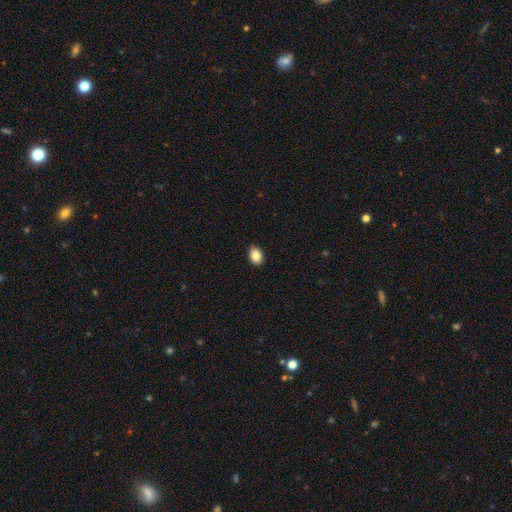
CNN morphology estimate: A smooth galaxy with no disk features (87%) that is in between round and cigar-shaped (77%).

Vote fractions:
- Smooth or featured? smooth: 87% / star or artifact: 8% / featured or disk: 5%
- How rounded? in between: 77% / round: 22% / cigar-shaped: 1%
- Merging? none: 89% / minor disturbance: 9% / major disturbance: 2% / merger: 1%